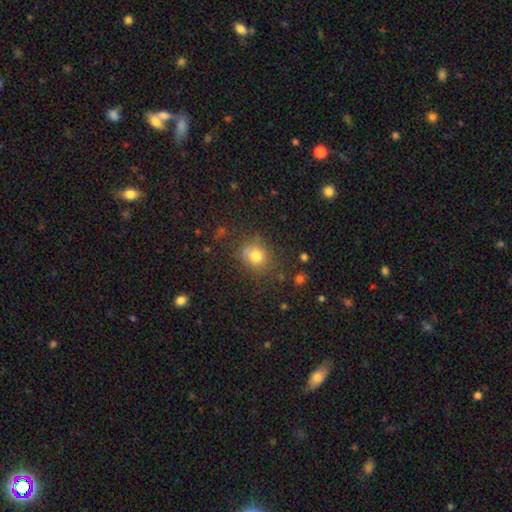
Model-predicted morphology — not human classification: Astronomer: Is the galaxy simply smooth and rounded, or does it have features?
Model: smooth — 78%.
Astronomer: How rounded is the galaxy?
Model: round — 76%.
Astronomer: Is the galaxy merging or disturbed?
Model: none — 70%.